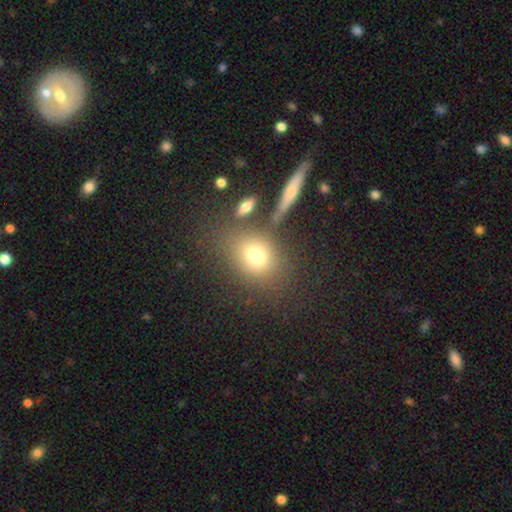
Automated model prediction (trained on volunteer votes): Overall: smooth (74%). How rounded: round (54%; in between 43%). Merging: none (71%).